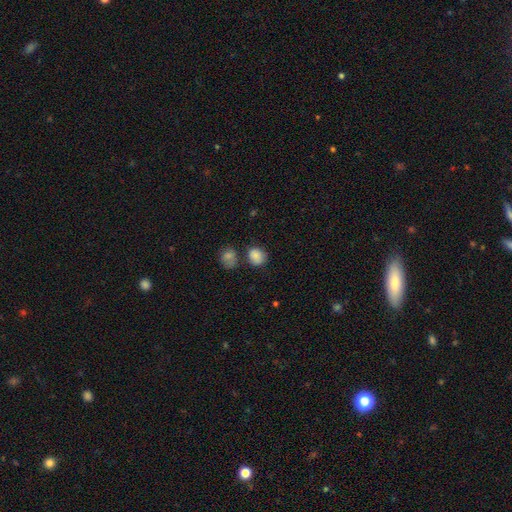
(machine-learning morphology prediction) This appears to be a smooth galaxy with no disk features (85%) that is round (65%). Merging: none (66%).